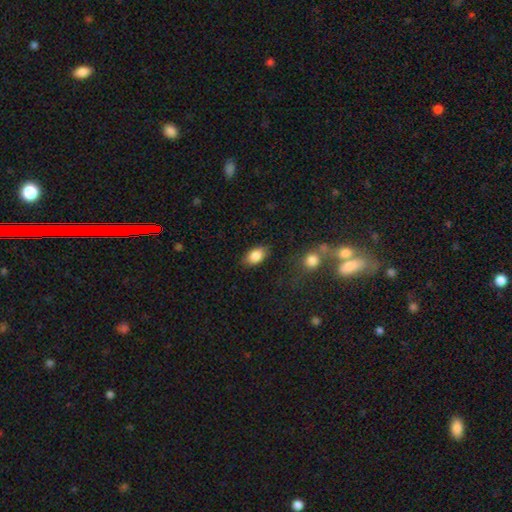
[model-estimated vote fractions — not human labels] Smooth or featured? Predicted: smooth (p=0.86). How rounded? Predicted: in between (p=0.90). Merging? Predicted: none (p=0.83).